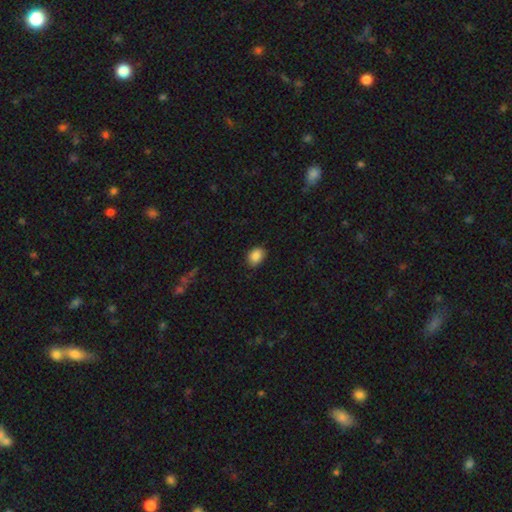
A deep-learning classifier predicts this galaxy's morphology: The model was most divided on "how rounded": in between: 68%, round: 31%, cigar-shaped: 1%. More confident: smooth or featured — smooth (88%); merging — none (84%).